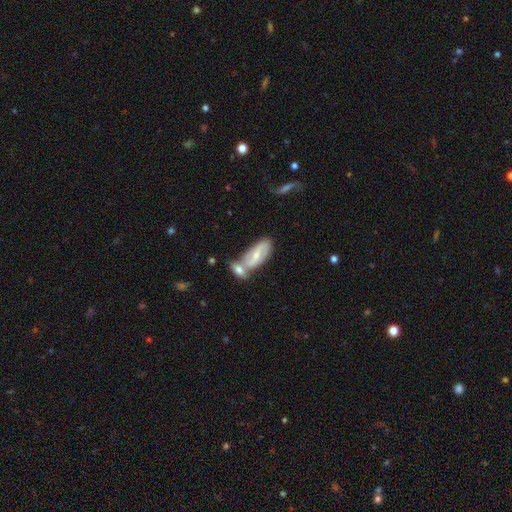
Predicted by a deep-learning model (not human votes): Smooth or featured? featured or disk (50%)
Edge-on disk? no (83%)
Merging? merger (51%)